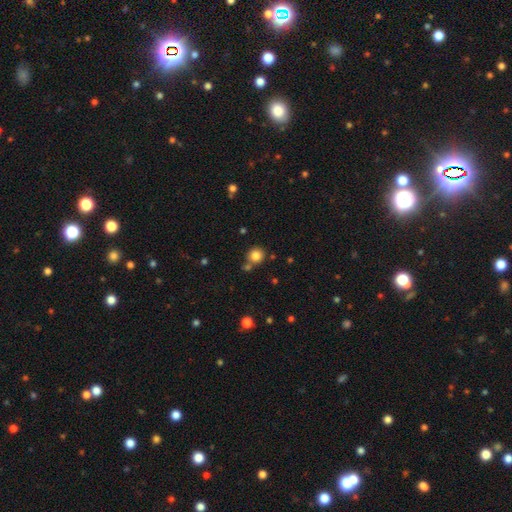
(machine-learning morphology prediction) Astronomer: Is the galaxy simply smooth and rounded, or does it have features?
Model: smooth — 82%.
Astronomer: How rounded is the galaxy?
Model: round — 91%.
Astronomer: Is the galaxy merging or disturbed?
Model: none — 71%.